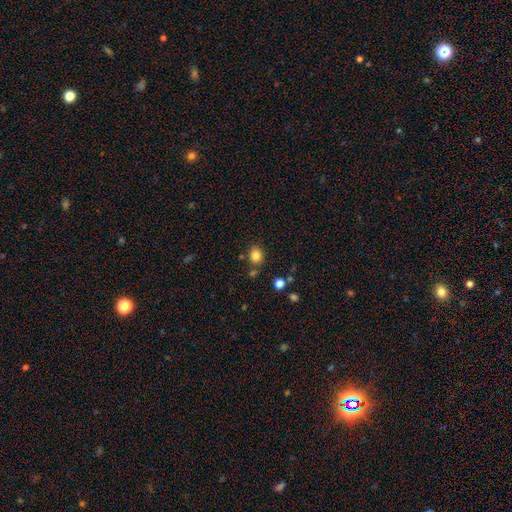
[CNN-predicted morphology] The model was most divided on "how rounded": round: 71%, in between: 28%, cigar-shaped: 1%. More confident: smooth or featured — smooth (82%); merging — none (78%).